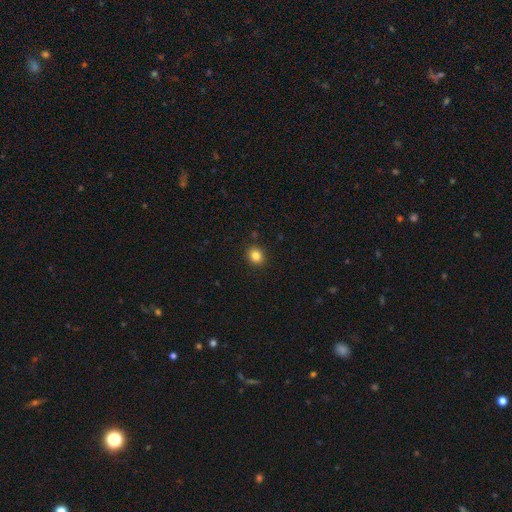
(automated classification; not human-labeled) Smooth or featured: smooth — 84% (star or artifact — 11%)
How rounded: round — 71% (in between — 28%)
Merging: none — 90% (minor disturbance — 7%)